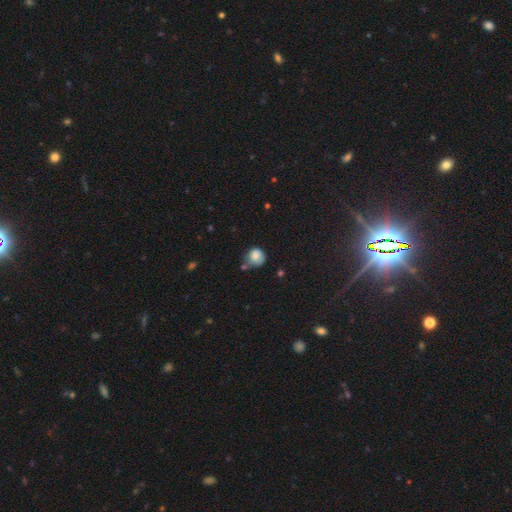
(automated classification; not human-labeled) A smooth galaxy with no disk features (79%) that is round (82%). Merging: none (47%).